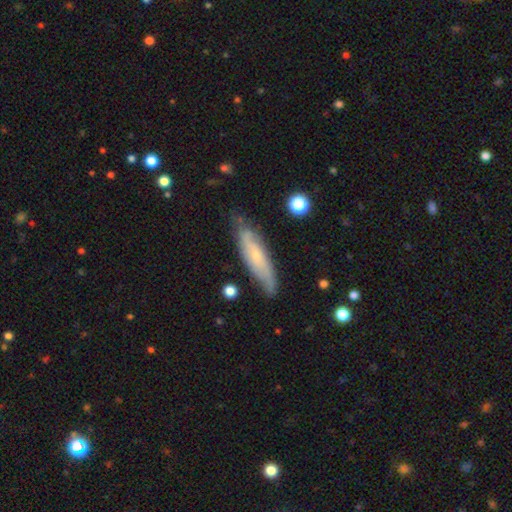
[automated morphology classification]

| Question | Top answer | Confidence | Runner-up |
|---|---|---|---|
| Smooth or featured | featured or disk | 50% | smooth (44%) |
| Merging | none | 69% | minor disturbance (23%) |